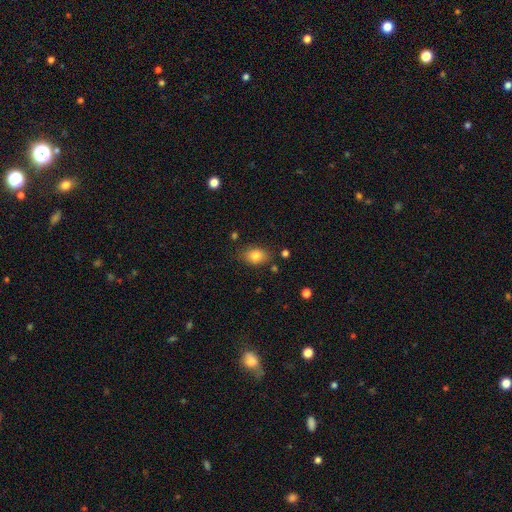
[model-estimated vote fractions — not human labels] Smooth or featured? Predicted: smooth (p=0.81). How rounded? Predicted: in between (p=0.77). Merging? Predicted: none (p=0.80).